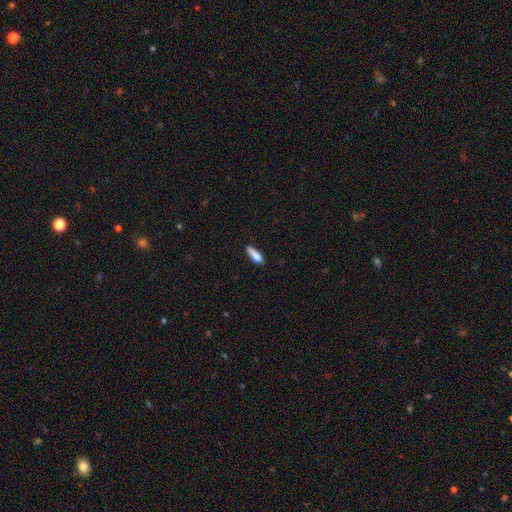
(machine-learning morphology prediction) Smooth or featured? smooth (79%)
How rounded? cigar-shaped (55%)
Merging? none (65%)